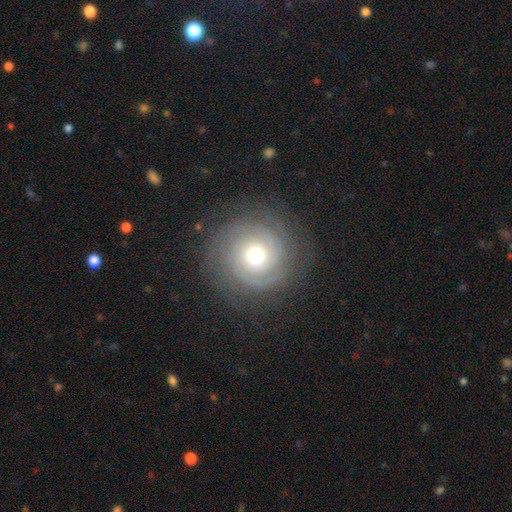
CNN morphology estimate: Q: Smooth or featured?
A: featured or disk (82%); runner-up: smooth (11%)
Q: Edge-on disk?
A: no (98%); runner-up: yes (2%)
Q: Bar?
A: no (76%); runner-up: weak (19%)
Q: Spiral arms?
A: yes (97%); runner-up: no (3%)
Q: Spiral winding?
A: tight (80%); runner-up: medium (17%)
Q: Spiral arm count?
A: 2 (41%); runner-up: 3 (21%)
Q: Bulge size?
A: moderate (63%); runner-up: small (25%)
Q: Merging?
A: none (85%); runner-up: minor disturbance (10%)